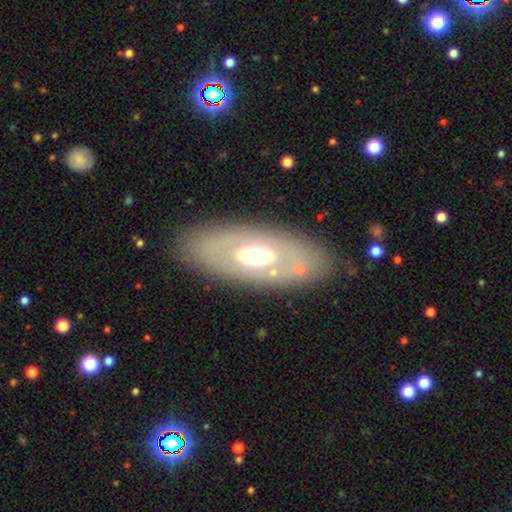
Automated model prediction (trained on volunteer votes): Overall: featured or disk (48%; smooth 44%). Merging: none (82%).